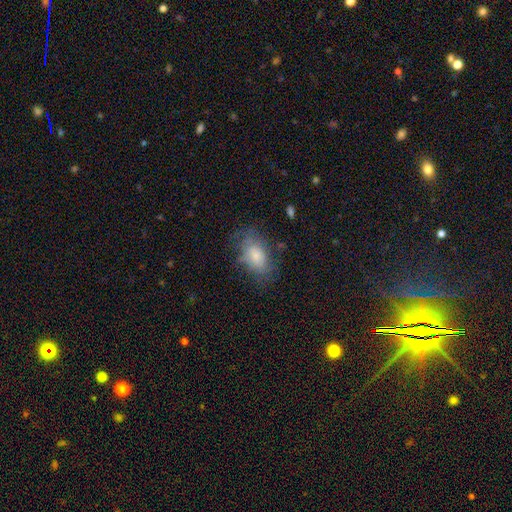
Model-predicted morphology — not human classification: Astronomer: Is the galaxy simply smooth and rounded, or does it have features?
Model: smooth — 70%.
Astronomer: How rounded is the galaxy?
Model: in between — 89%.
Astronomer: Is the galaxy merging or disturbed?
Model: none — 55%.